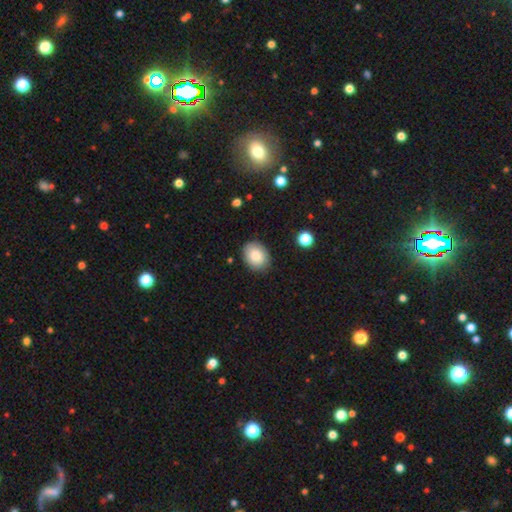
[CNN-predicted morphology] Overall: smooth (82%). How rounded: in between (60%; round 39%). Merging: none (85%).